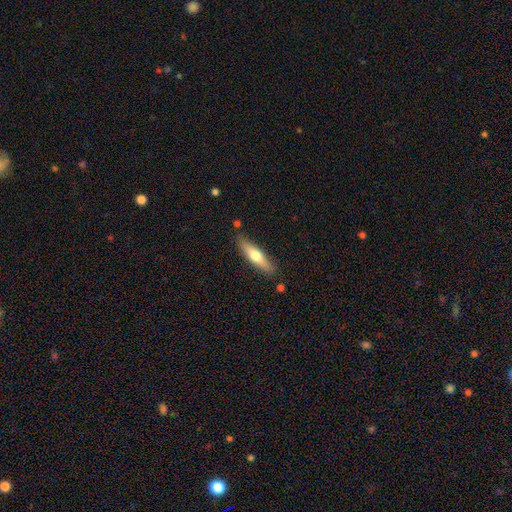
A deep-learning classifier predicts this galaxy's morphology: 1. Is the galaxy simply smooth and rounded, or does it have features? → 56% smooth, 38% featured or disk, 6% star or artifact.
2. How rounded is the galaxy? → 73% cigar-shaped, 25% in between, 2% round.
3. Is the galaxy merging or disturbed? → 83% none, 11% minor disturbance, 3% merger, 2% major disturbance.